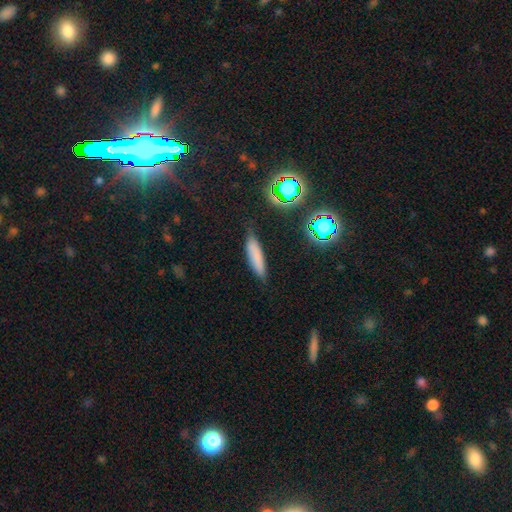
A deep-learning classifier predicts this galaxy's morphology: A smooth galaxy with no disk features (74%) that is cigar-shaped (75%).

Vote fractions:
- Smooth or featured? smooth: 74% / star or artifact: 14% / featured or disk: 13%
- How rounded? cigar-shaped: 75% / in between: 23% / round: 2%
- Merging? none: 81% / minor disturbance: 14% / major disturbance: 3% / merger: 2%